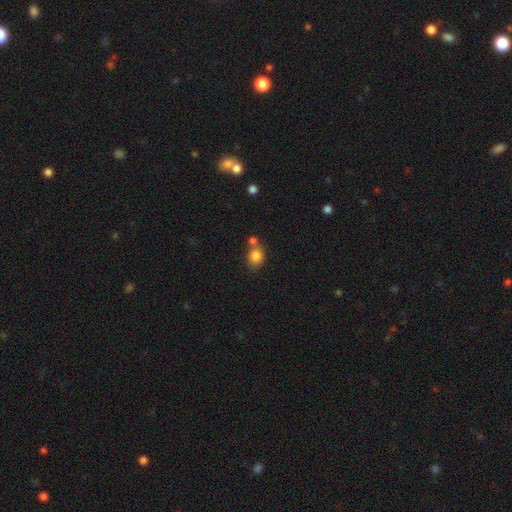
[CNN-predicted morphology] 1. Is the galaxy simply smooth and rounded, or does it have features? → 84% smooth, 10% star or artifact, 7% featured or disk.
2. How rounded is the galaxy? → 60% round, 39% in between, 1% cigar-shaped.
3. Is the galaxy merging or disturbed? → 55% none, 29% merger, 12% minor disturbance, 4% major disturbance.